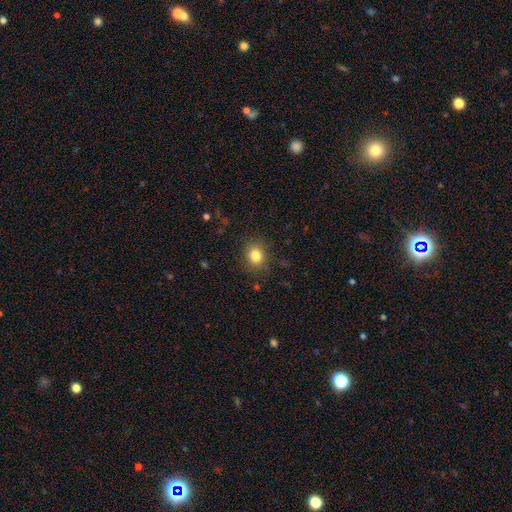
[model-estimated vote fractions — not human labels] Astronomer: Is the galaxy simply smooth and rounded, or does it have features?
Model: smooth — 82%.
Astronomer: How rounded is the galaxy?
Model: round — 67%.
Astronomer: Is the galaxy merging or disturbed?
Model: none — 85%.